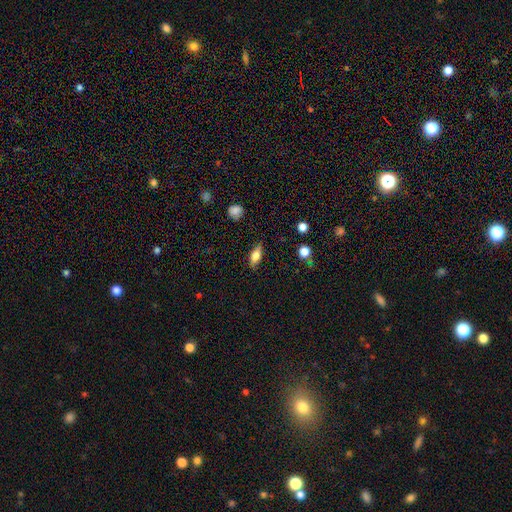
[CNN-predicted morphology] Q: Smooth or featured?
A: smooth (63%); runner-up: featured or disk (29%)
Q: How rounded?
A: in between (72%); runner-up: cigar-shaped (22%)
Q: Merging?
A: none (82%); runner-up: minor disturbance (13%)